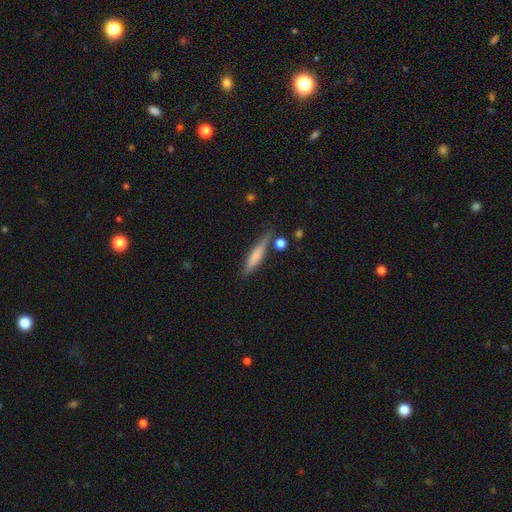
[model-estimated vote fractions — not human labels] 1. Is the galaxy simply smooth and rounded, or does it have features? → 64% smooth, 30% featured or disk, 7% star or artifact.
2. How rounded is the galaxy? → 84% cigar-shaped, 14% in between, 2% round.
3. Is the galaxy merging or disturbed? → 72% none, 17% minor disturbance, 7% merger, 4% major disturbance.